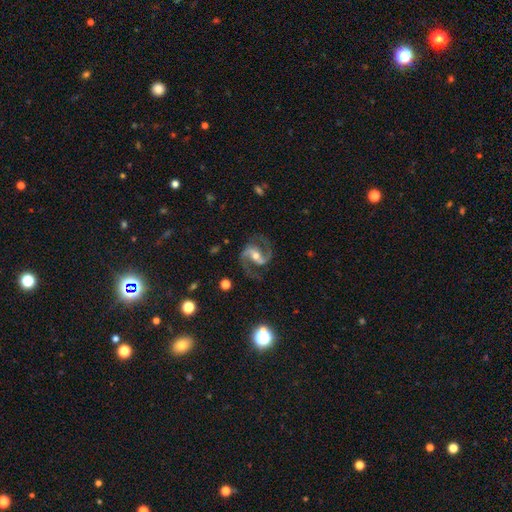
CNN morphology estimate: Smooth or featured? Predicted: featured or disk (p=0.91). Edge-on disk? Predicted: no (p=0.98). Bar? Predicted: strong (p=0.41). Spiral arms? Predicted: yes (p=0.98). Spiral winding? Predicted: medium (p=0.62). Spiral arm count? Predicted: 2 (p=0.94). Bulge size? Predicted: moderate (p=0.63). Merging? Predicted: none (p=0.80).